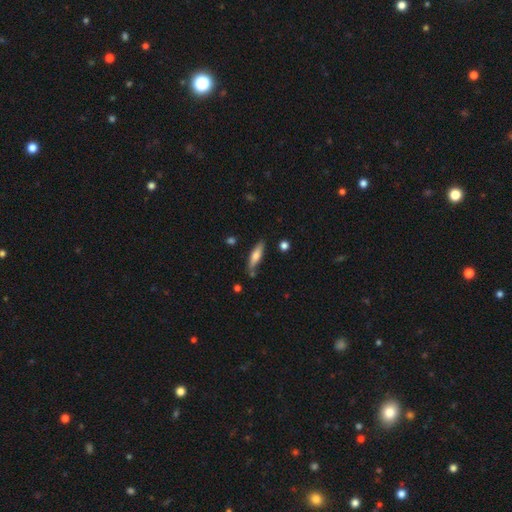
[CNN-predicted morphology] This appears to be a smooth galaxy with no disk features (67%) that is cigar-shaped (70%). Merging: none (75%).